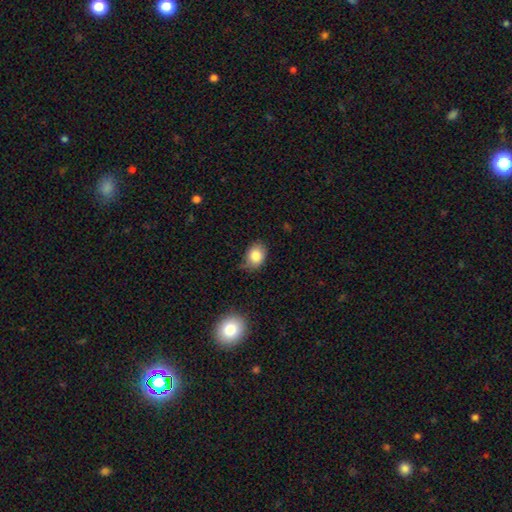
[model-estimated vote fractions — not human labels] Smooth or featured? smooth (82%)
How rounded? in between (54%)
Merging? none (59%)